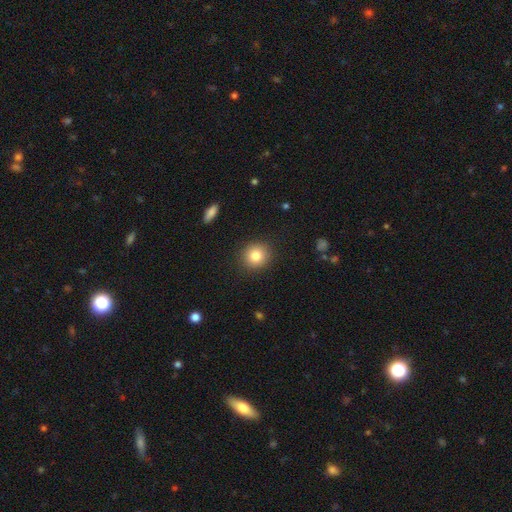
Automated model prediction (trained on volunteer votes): Morphology: type=smooth (82%); roundness=round (87%); merging=none (89%).